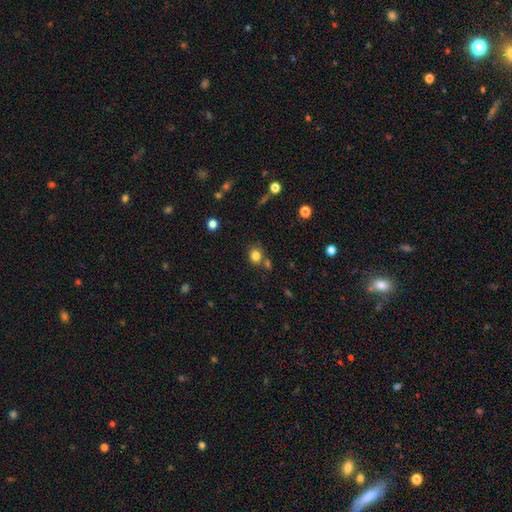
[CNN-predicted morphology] The model was most divided on "how rounded": round: 70%, in between: 29%, cigar-shaped: 1%. More confident: smooth or featured — smooth (81%); merging — none (70%).